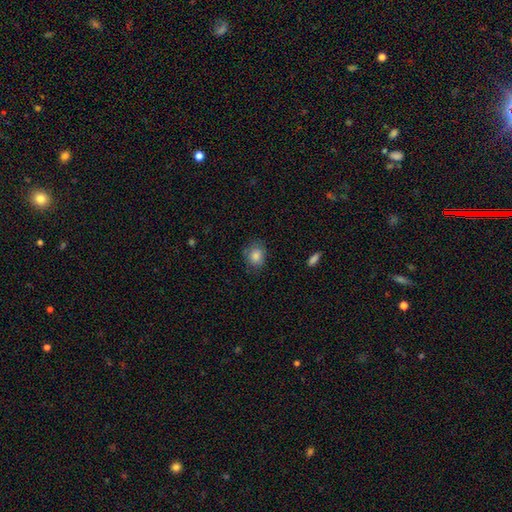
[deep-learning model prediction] A smooth galaxy with no disk features (83%) that is round (61%). Merging: none (78%).